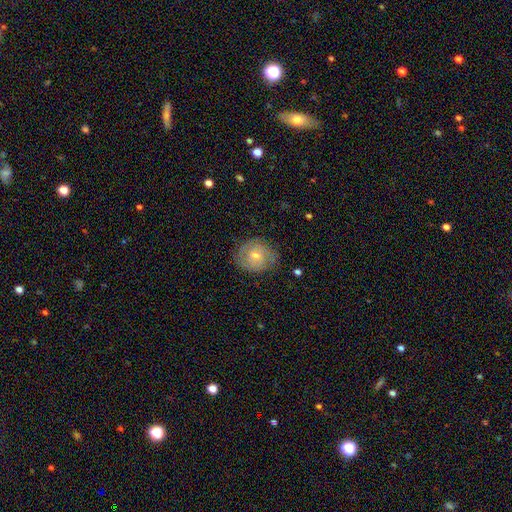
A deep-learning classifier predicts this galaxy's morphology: This is possibly a featured or disk galaxy (56%). It is clearly not viewed edge-on (97%). Bar: likely no (66%). Spiral arm pattern: likely yes (80%). Central bulge: possibly small (49%). Merging: likely none (76%).